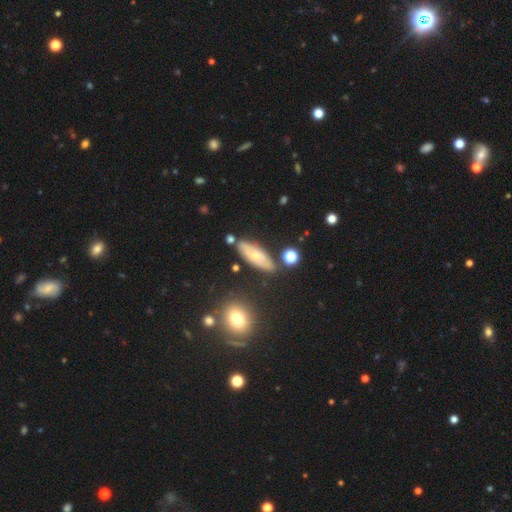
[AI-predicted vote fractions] A smooth galaxy with no disk features (48%).

Vote fractions:
- Smooth or featured? smooth: 48% / featured or disk: 44% / star or artifact: 8%
- Merging? none: 78% / minor disturbance: 14% / merger: 5% / major disturbance: 3%